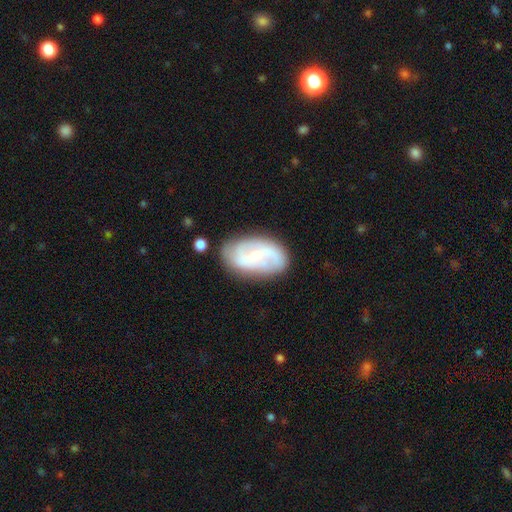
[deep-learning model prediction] A featured or disk galaxy (74%) with no bar (44%), 2 (68%) medium (41%) spiral arms (87%) and a small central bulge (61%). Merging: none (75%).